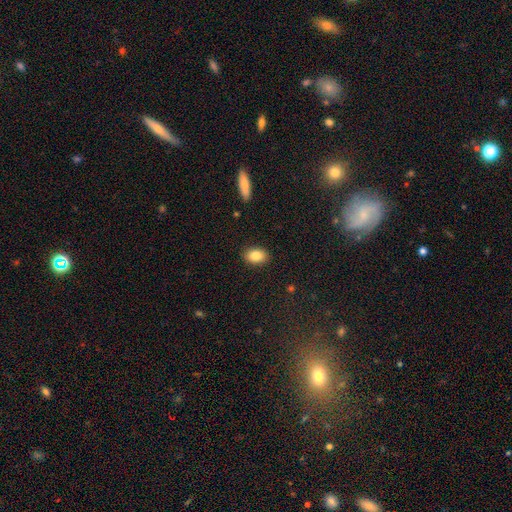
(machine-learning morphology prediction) type=smooth (85%); roundness=in between (83%); merging=none (89%).